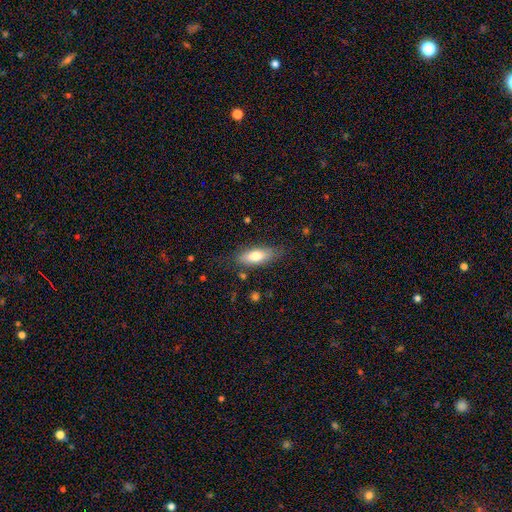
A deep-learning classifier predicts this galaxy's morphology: A smooth galaxy with no disk features (71%) that is in between round and cigar-shaped (72%).

Vote fractions:
- Smooth or featured? smooth: 71% / featured or disk: 22% / star or artifact: 7%
- How rounded? in between: 72% / cigar-shaped: 26% / round: 3%
- Merging? none: 76% / minor disturbance: 17% / major disturbance: 4% / merger: 2%